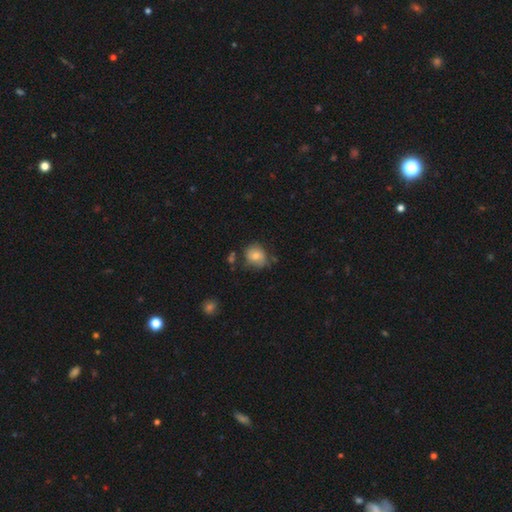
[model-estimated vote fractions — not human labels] A smooth galaxy with no disk features (73%) that is round (65%). Merging: none (61%).